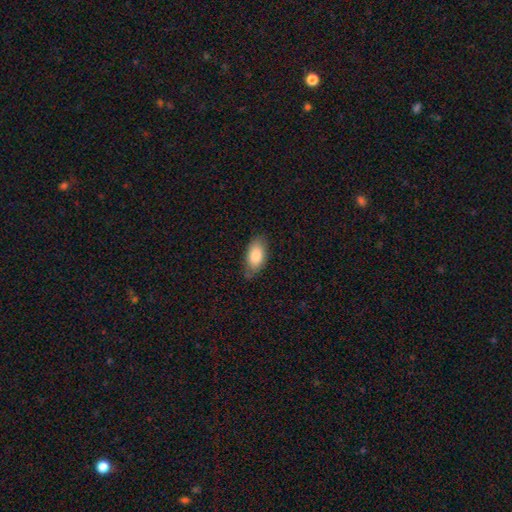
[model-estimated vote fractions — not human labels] Overall: smooth (85%). How rounded: in between (92%). Merging: none (73%).